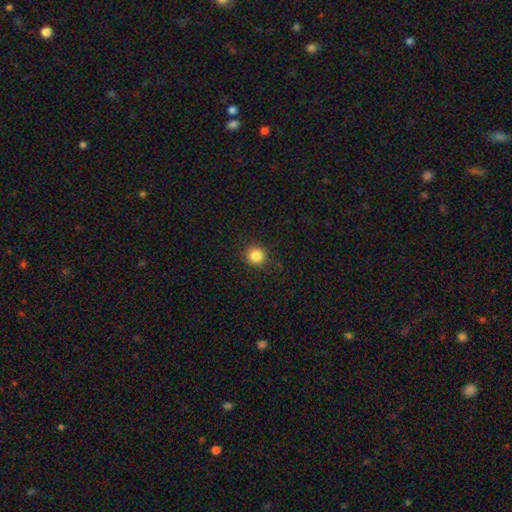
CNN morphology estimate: type=smooth (85%); roundness=round (93%); merging=none (90%).